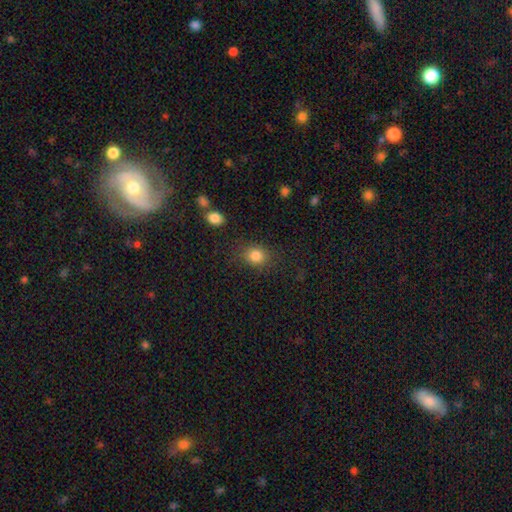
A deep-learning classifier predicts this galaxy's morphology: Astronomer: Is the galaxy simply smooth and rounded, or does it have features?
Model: smooth — 84%.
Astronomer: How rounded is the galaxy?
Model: round — 60% (runner-up: in between, 39%).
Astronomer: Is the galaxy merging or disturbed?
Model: none — 81%.